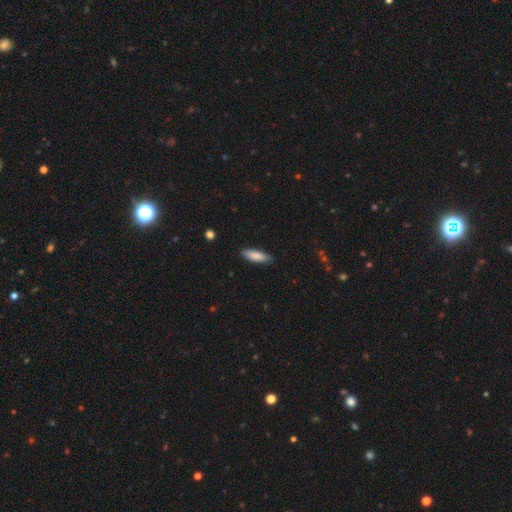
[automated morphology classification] A smooth galaxy with no disk features (86%) that is in between round and cigar-shaped (51%).

Vote fractions:
- Smooth or featured? smooth: 86% / featured or disk: 8% / star or artifact: 6%
- How rounded? in between: 51% / cigar-shaped: 48% / round: 2%
- Merging? none: 87% / minor disturbance: 10% / major disturbance: 2% / merger: 1%